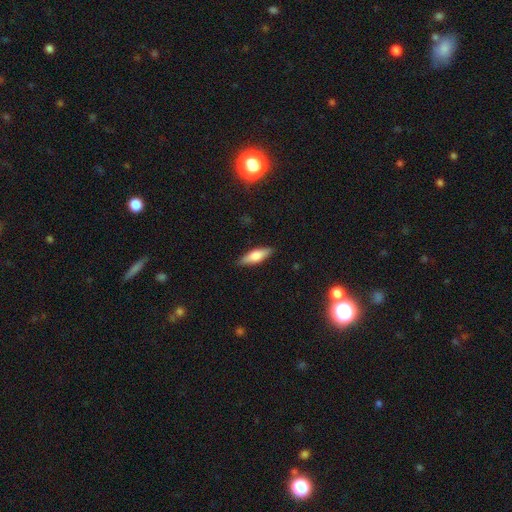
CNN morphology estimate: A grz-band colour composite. It shows a smooth galaxy with no disk features (67%) that is in between round and cigar-shaped (50%). Merging: none (87%).